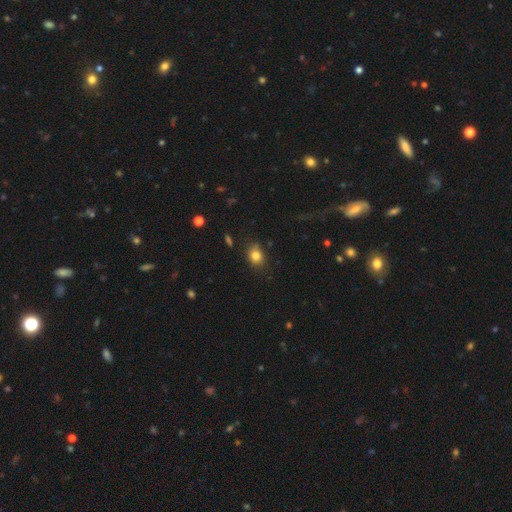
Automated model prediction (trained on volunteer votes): Q: Smooth or featured?
A: smooth (82%); runner-up: star or artifact (11%)
Q: How rounded?
A: round (51%); runner-up: in between (48%)
Q: Merging?
A: none (75%); runner-up: minor disturbance (19%)